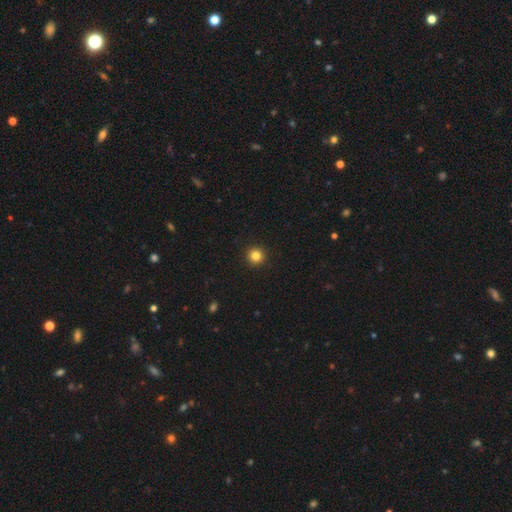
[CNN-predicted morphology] This appears to be a smooth galaxy with no disk features (83%) that is round (96%). Merging: none (94%).